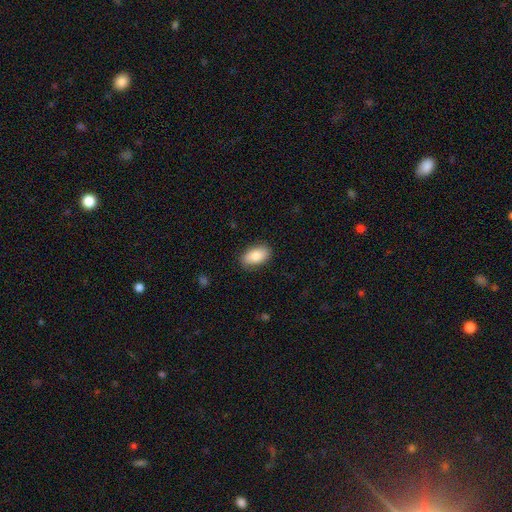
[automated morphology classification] This appears to be a smooth galaxy with no disk features (85%) that is in between round and cigar-shaped (93%). Merging: none (86%).